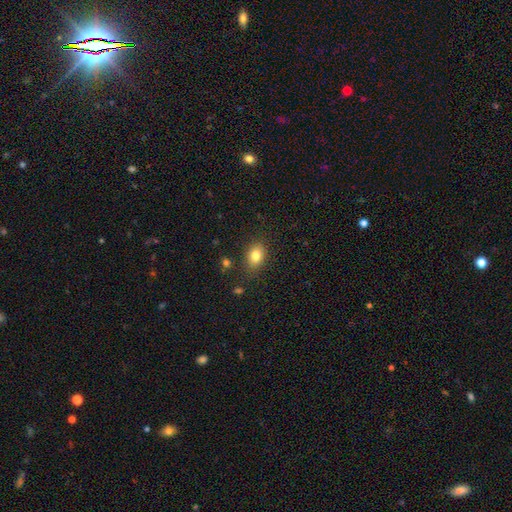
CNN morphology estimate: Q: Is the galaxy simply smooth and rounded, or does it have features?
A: smooth — 81%.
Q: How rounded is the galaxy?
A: in between — 67%.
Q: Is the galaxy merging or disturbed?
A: none — 84%.